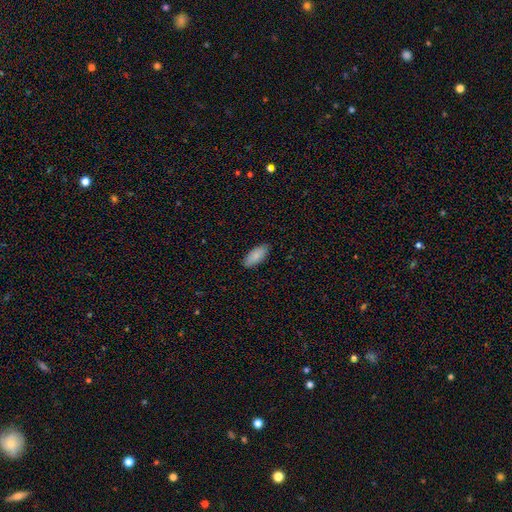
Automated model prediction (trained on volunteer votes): This is clearly a smooth galaxy (87%). How rounded: clearly in between (84%). Merging: clearly none (88%).